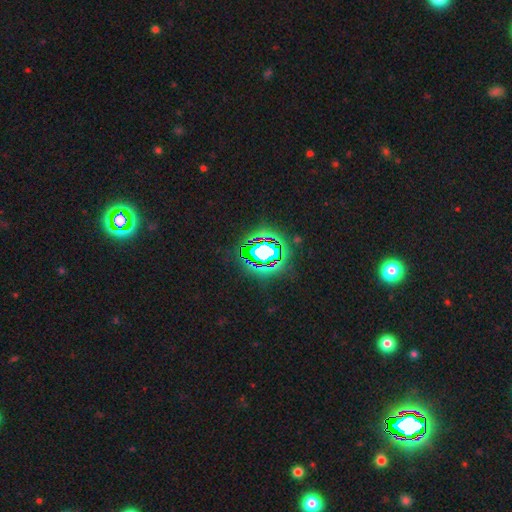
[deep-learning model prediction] star or artifact 79%, smooth 12%, featured or disk 9%.